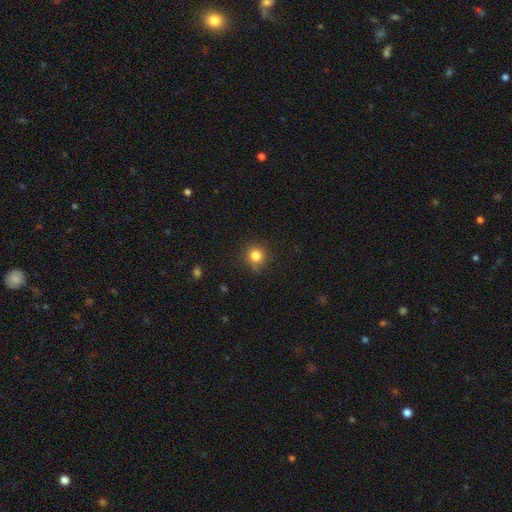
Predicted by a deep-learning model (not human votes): Morphology: type=smooth (82%); roundness=round (91%); merging=none (82%).